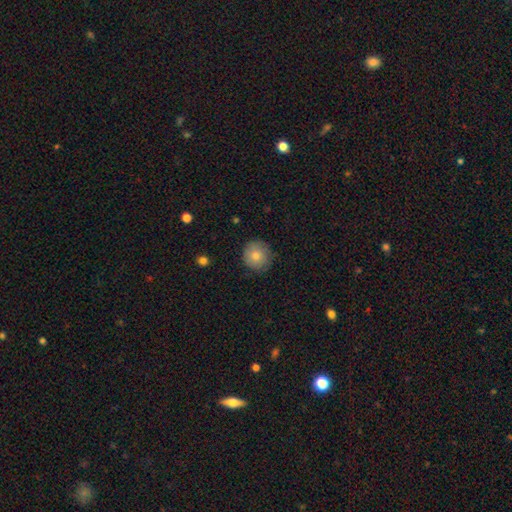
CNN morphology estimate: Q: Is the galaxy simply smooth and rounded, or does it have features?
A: smooth — 79%.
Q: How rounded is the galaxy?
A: round — 94%.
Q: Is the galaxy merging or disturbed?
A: none — 87%.